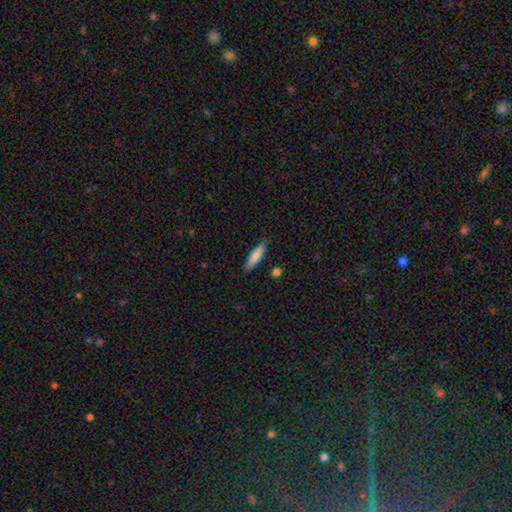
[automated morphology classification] A smooth galaxy with no disk features (82%) that is cigar-shaped (73%).

Vote fractions:
- Smooth or featured? smooth: 82% / featured or disk: 13% / star or artifact: 6%
- How rounded? cigar-shaped: 73% / in between: 25% / round: 1%
- Merging? none: 87% / minor disturbance: 10% / major disturbance: 2% / merger: 2%